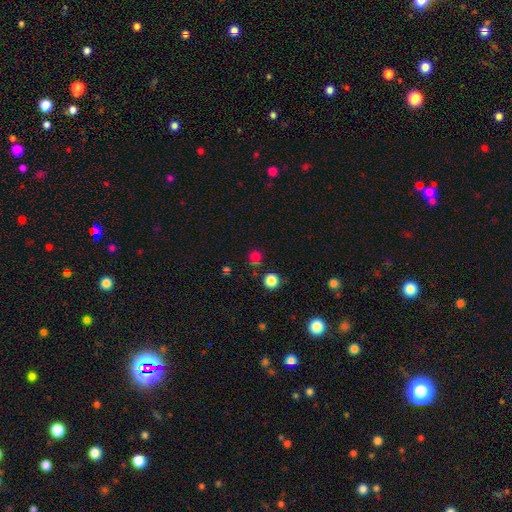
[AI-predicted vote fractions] smooth_or_featured: smooth (p=0.74) [alt: star or artifact p=0.21]
how_rounded: round (p=0.90) [alt: in between p=0.09]
merging: none (p=0.78) [alt: minor disturbance p=0.10]